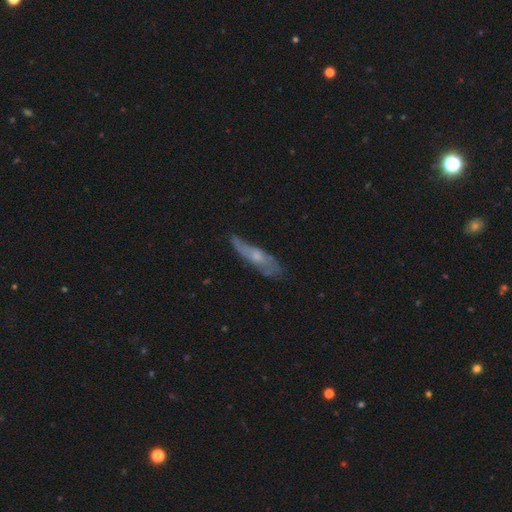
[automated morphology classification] featured or disk 58%, smooth 34%, star or artifact 7%. Down the decision tree: edge-on disk — no (60%); merging — none (61%).